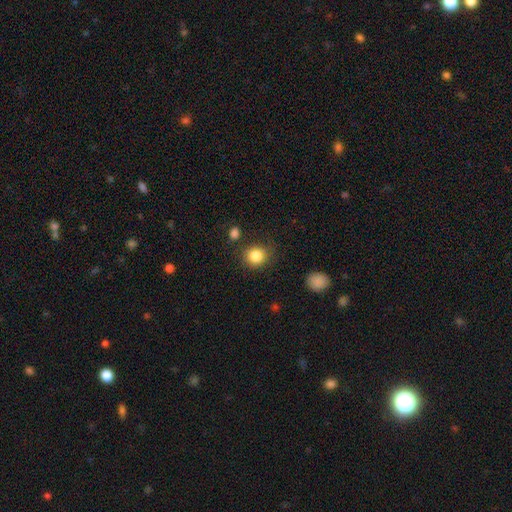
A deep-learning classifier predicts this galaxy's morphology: smooth_or_featured: smooth (p=0.85) [alt: star or artifact p=0.10]
how_rounded: round (p=0.82) [alt: in between p=0.17]
merging: none (p=0.78) [alt: minor disturbance p=0.14]